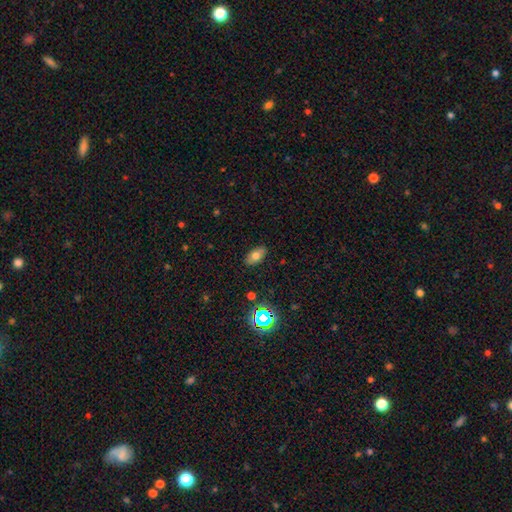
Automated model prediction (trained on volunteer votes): This is likely a smooth galaxy (71%). How rounded: clearly in between (90%). Merging: clearly none (87%).